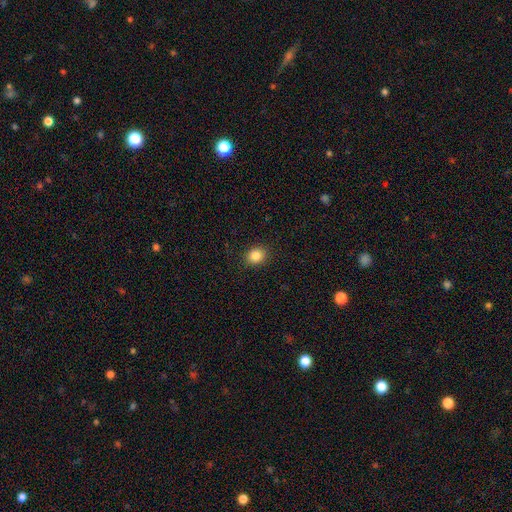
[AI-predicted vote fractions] Morphology: type=smooth (85%); roundness=round (64%); merging=none (90%).